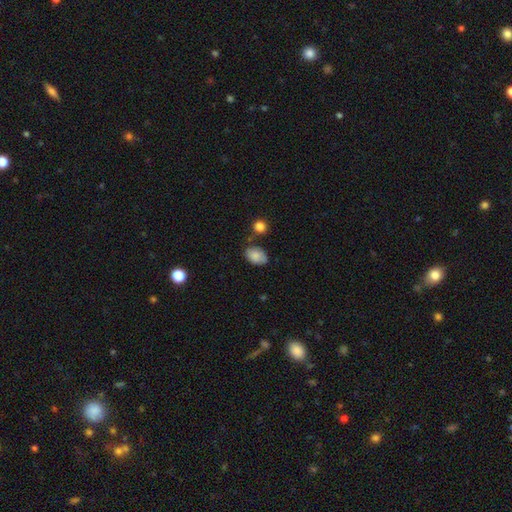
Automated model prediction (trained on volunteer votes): This appears to be a smooth galaxy with no disk features (84%) that is in between round and cigar-shaped (85%). Merging: none (67%).